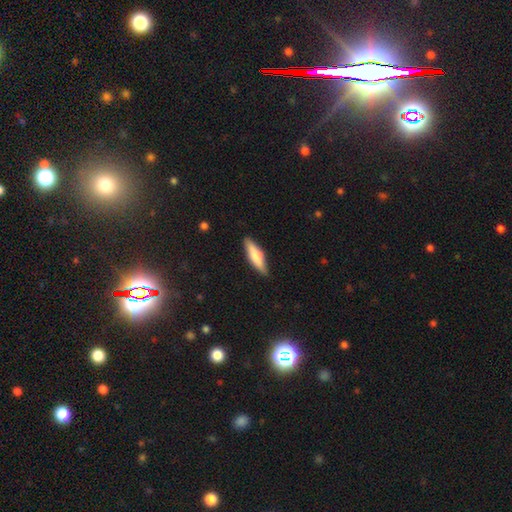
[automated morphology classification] A smooth galaxy with no disk features (58%) that is cigar-shaped (62%). Merging: none (84%).